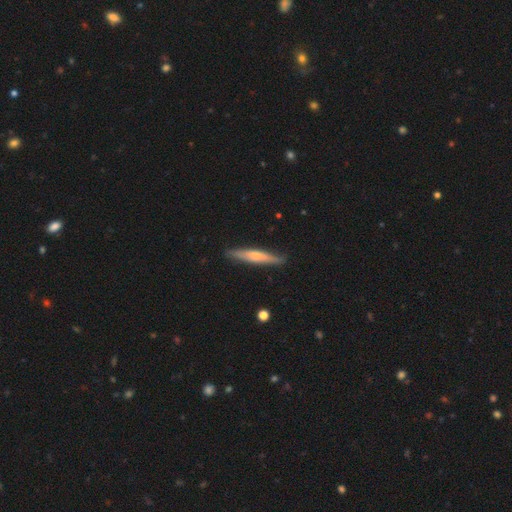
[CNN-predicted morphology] Smooth or featured? Predicted: featured or disk (p=0.50). Edge-on disk? Predicted: yes (p=0.93). Merging? Predicted: none (p=0.88).